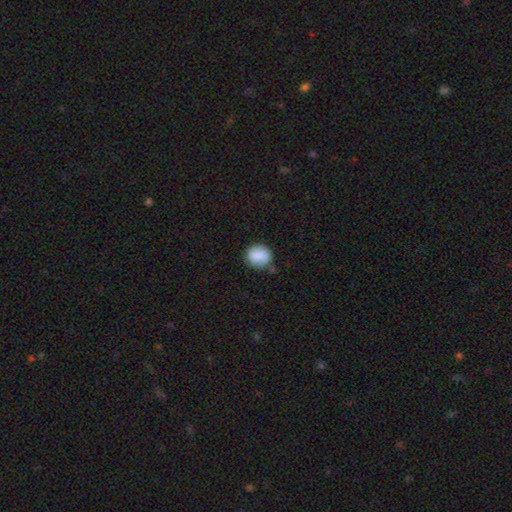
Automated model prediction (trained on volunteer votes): The model was most divided on "smooth or featured": smooth: 72%, featured or disk: 20%, star or artifact: 8%. More confident: how rounded — round (81%); merging — none (72%).